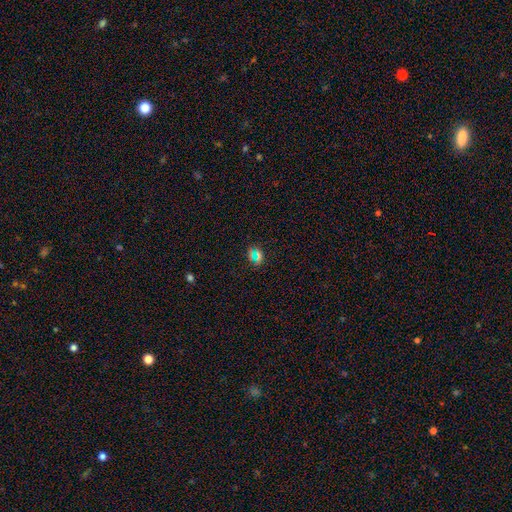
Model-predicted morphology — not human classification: smooth 50%, star or artifact 41%, featured or disk 9%. Down the decision tree: merging — none (75%).